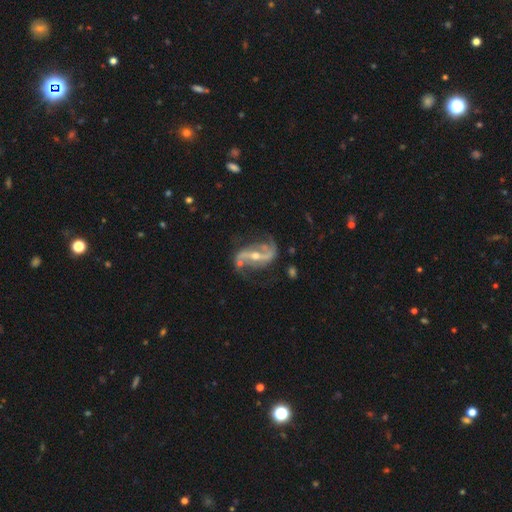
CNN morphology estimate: featured or disk 91%, star or artifact 5%, smooth 4%. Down the decision tree: edge-on disk — no (96%); bar — strong (59%); spiral arms — yes (97%); spiral arm count — 2 (93%); spiral winding — loose (64%); bulge size — moderate (51%); merging — none (69%).